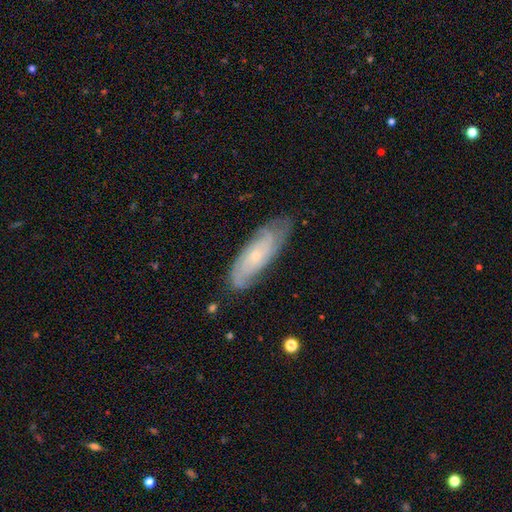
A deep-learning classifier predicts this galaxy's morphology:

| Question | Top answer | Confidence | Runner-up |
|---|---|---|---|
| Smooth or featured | featured or disk | 72% | smooth (21%) |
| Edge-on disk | no | 87% | yes (13%) |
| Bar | no | 74% | weak (22%) |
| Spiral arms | yes | 93% | no (7%) |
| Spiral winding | tight | 59% | medium (31%) |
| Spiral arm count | can't tell | 38% | 2 (35%) |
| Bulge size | small | 78% | moderate (17%) |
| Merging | none | 76% | minor disturbance (18%) |